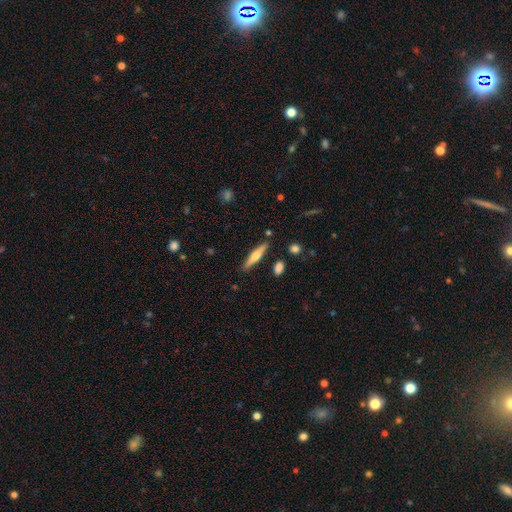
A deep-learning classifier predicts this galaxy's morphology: Overall: smooth (47%, tied with featured or disk). Merging: none (86%).